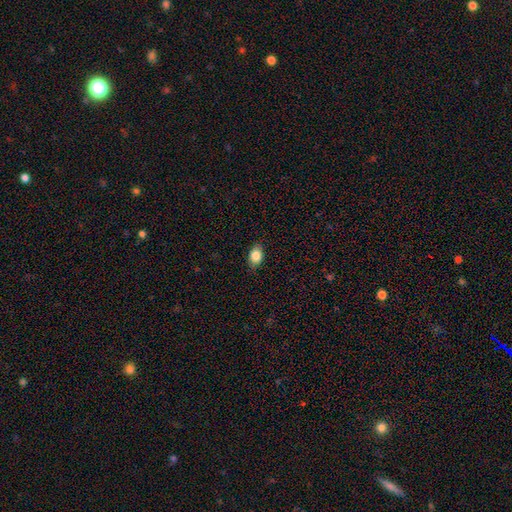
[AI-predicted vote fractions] smooth 84%, star or artifact 8%, featured or disk 8%. Down the decision tree: how rounded — in between (77%); merging — none (85%).